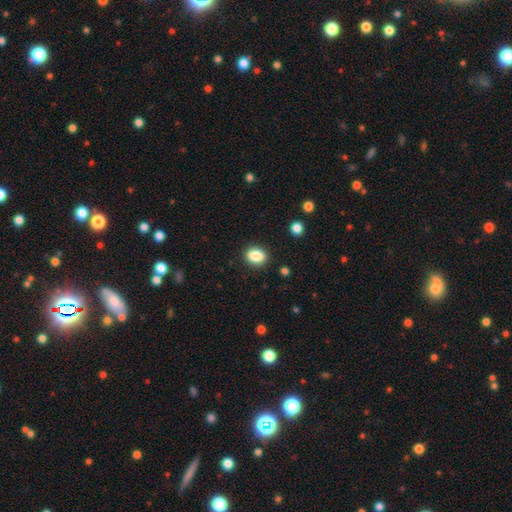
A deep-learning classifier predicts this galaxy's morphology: A smooth galaxy with no disk features (86%) that is in between round and cigar-shaped (60%). Merging: none (89%).